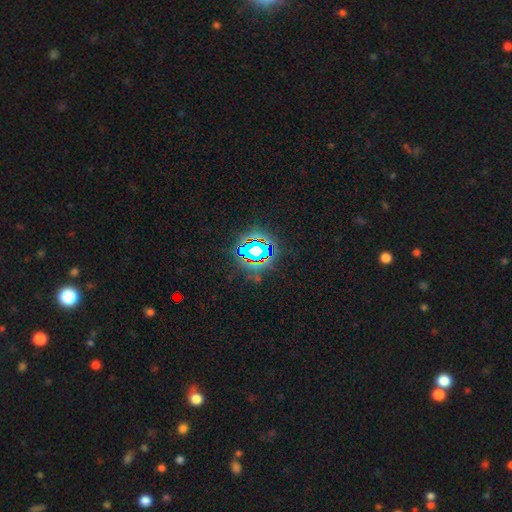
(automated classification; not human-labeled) smooth-or-featured: star or artifact: 78% | smooth: 12% | featured or disk: 9%